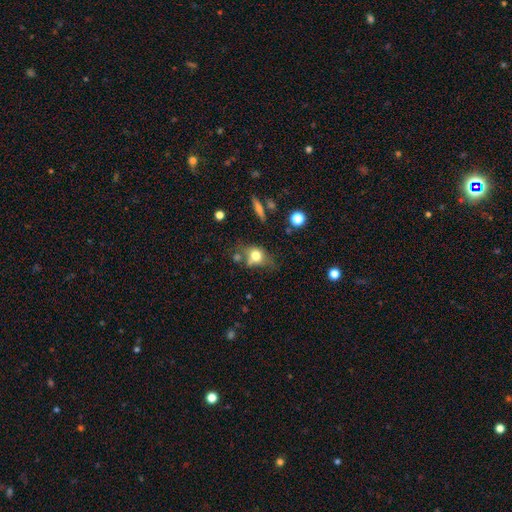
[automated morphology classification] Smooth or featured: smooth — 70% (featured or disk — 19%)
How rounded: in between — 52% (round — 44%)
Merging: none — 49% (minor disturbance — 26%)